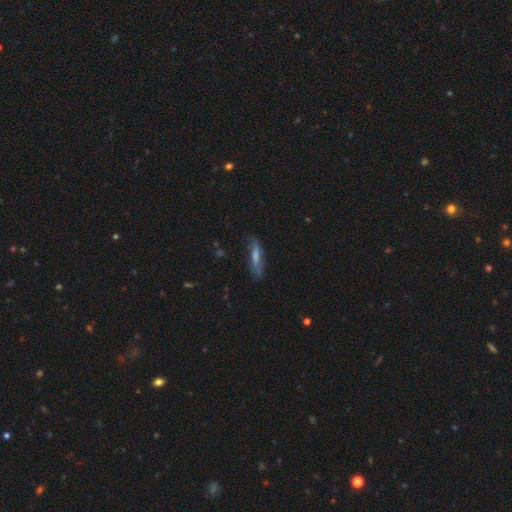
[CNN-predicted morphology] Smooth or featured: featured or disk — 45% (tied with smooth — 45%)
Merging: none — 72% (minor disturbance — 20%)